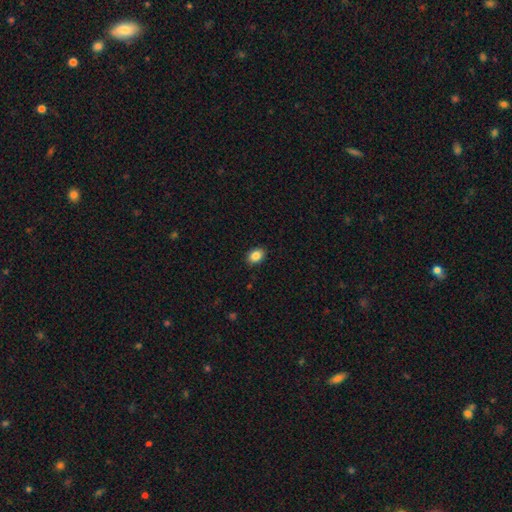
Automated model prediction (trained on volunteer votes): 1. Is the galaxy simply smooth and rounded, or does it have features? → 87% smooth, 8% star or artifact, 5% featured or disk.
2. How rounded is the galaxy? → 77% in between, 22% round, 1% cigar-shaped.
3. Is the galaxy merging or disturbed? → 89% none, 8% minor disturbance, 2% major disturbance, 1% merger.